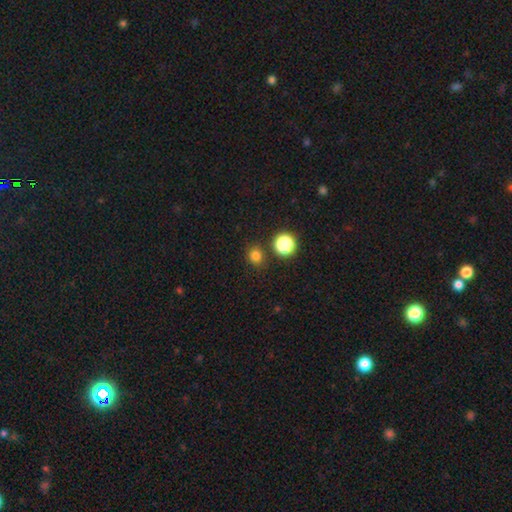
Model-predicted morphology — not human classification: Smooth or featured? smooth (77%)
How rounded? round (82%)
Merging? none (85%)